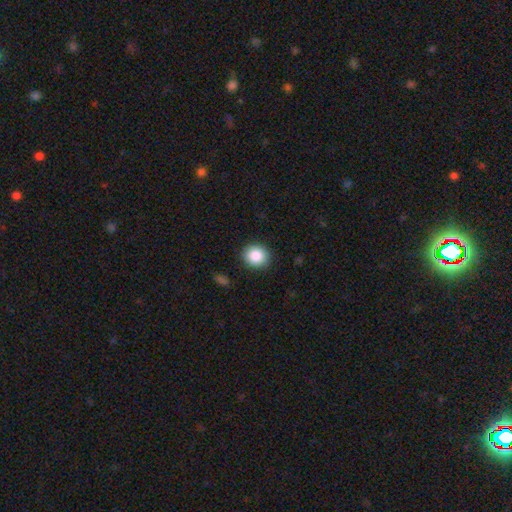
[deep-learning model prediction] This is clearly a smooth galaxy (87%). How rounded: clearly round (82%). Merging: clearly none (90%).